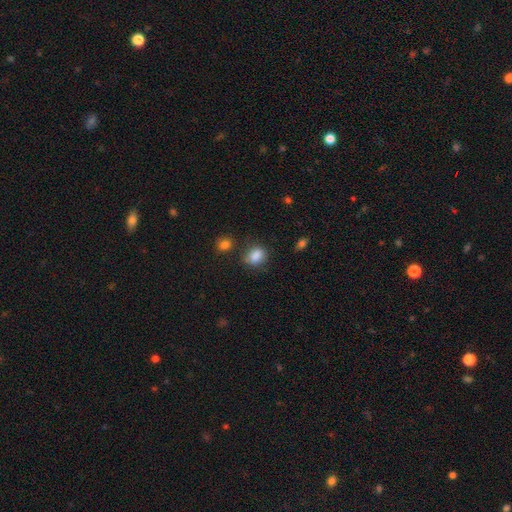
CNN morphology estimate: smooth-or-featured: smooth: 85% | star or artifact: 10% | featured or disk: 5%
  how-rounded: in between: 62% | round: 37% | cigar-shaped: 1%
  merging: none: 67% | minor disturbance: 20% | merger: 7% | major disturbance: 6%